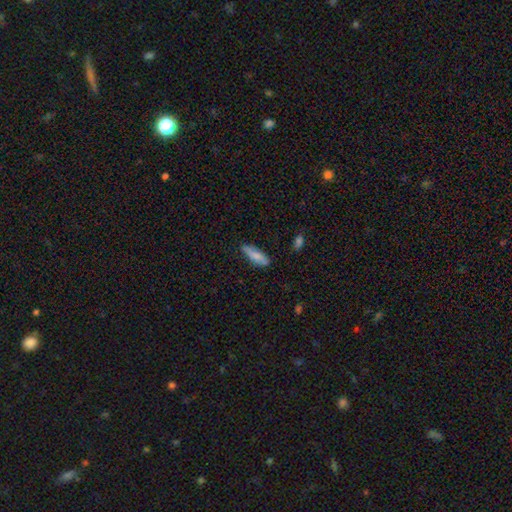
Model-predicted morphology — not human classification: Smooth or featured: smooth — 78% (featured or disk — 16%)
How rounded: in between — 49% (tied with cigar-shaped — 49%)
Merging: none — 74% (minor disturbance — 20%)